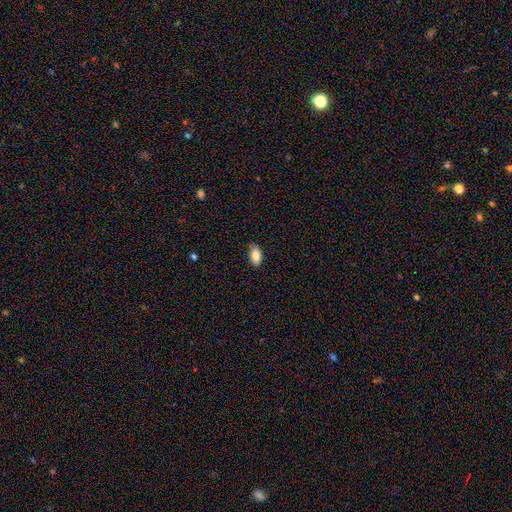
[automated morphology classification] This is clearly a smooth galaxy (86%). How rounded: clearly in between (92%). Merging: clearly none (84%).